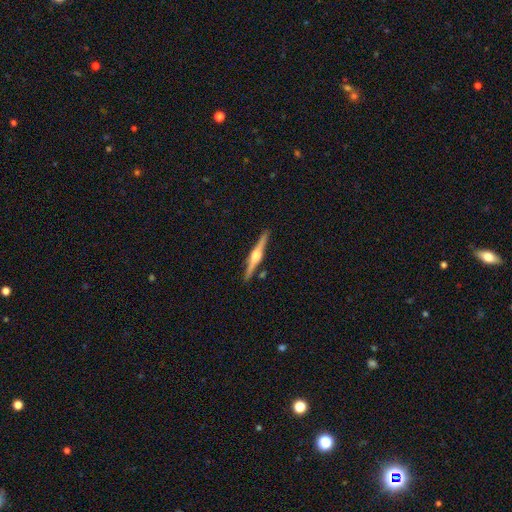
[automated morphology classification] Smooth or featured? featured or disk (80%)
Edge-on disk? yes (98%)
Edge-on bulge? rounded (92%)
Merging? none (90%)